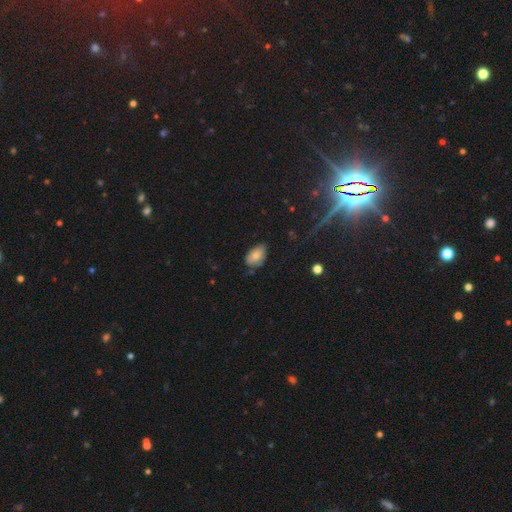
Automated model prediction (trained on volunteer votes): Q: Smooth or featured?
A: smooth (75%); runner-up: featured or disk (16%)
Q: How rounded?
A: in between (91%); runner-up: round (8%)
Q: Merging?
A: none (62%); runner-up: minor disturbance (31%)